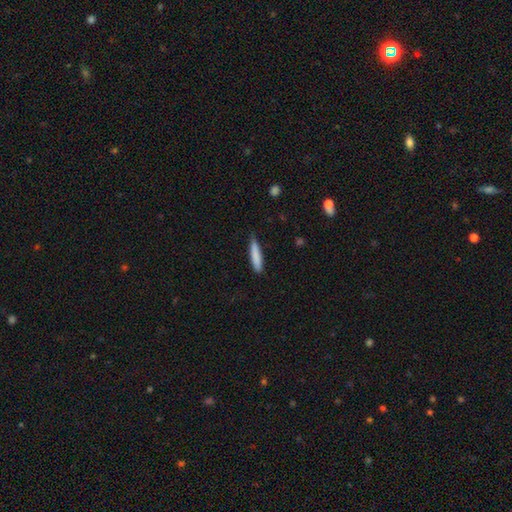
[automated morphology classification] Q: Smooth or featured?
A: smooth (83%); runner-up: featured or disk (11%)
Q: How rounded?
A: cigar-shaped (88%); runner-up: in between (10%)
Q: Merging?
A: none (79%); runner-up: minor disturbance (18%)